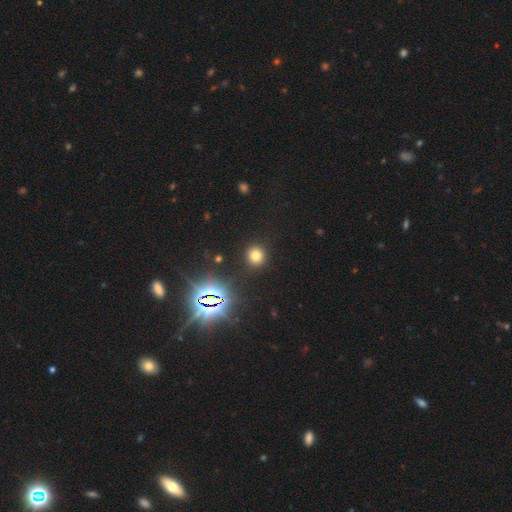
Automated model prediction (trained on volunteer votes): Morphology: type=smooth (72%); roundness=round (89%); merging=none (90%).